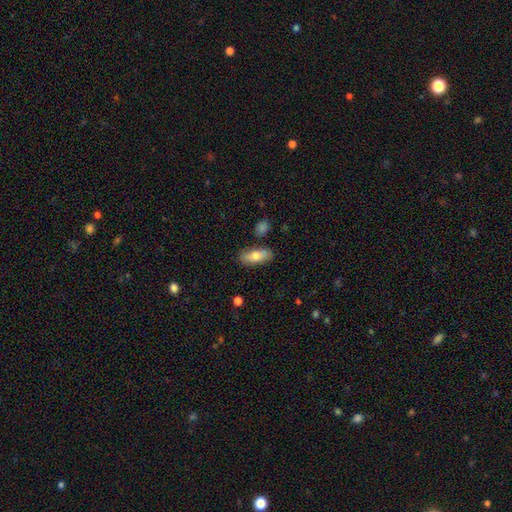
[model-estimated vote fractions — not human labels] smooth 73%, featured or disk 21%, star or artifact 6%. Down the decision tree: how rounded — in between (77%); merging — none (81%).